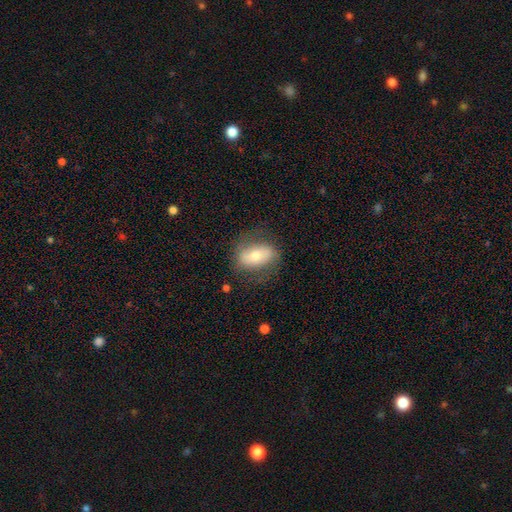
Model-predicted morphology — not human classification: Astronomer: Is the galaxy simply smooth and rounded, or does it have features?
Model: smooth — 54% (runner-up: featured or disk, 39%).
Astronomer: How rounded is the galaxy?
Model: in between — 84%.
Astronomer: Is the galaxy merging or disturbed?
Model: none — 70%.